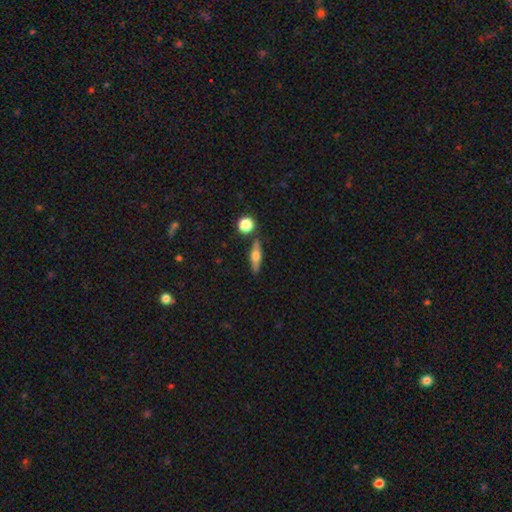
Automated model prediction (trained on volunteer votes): This appears to be a featured or disk galaxy (49%). Merging: none (81%).